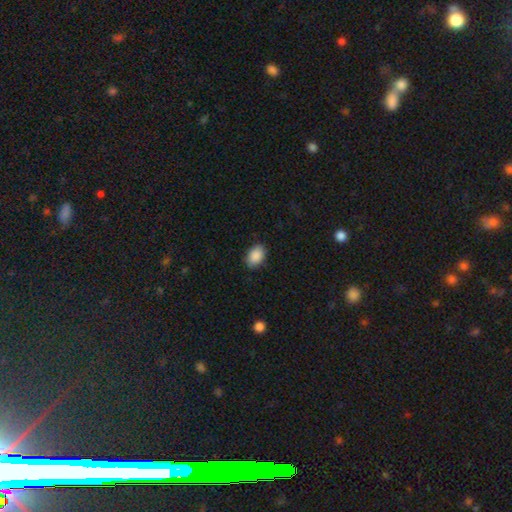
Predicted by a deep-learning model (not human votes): smooth 89%, star or artifact 7%, featured or disk 4%. Down the decision tree: how rounded — in between (84%); merging — none (85%).